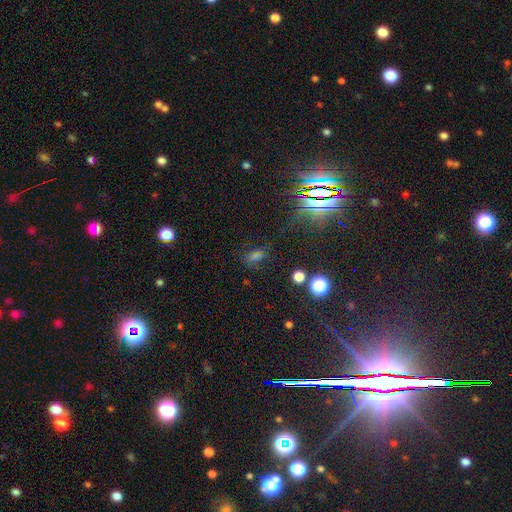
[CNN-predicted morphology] Smooth or featured?
  - star or artifact: 44% *
  - smooth: 43%
  - featured or disk: 13%